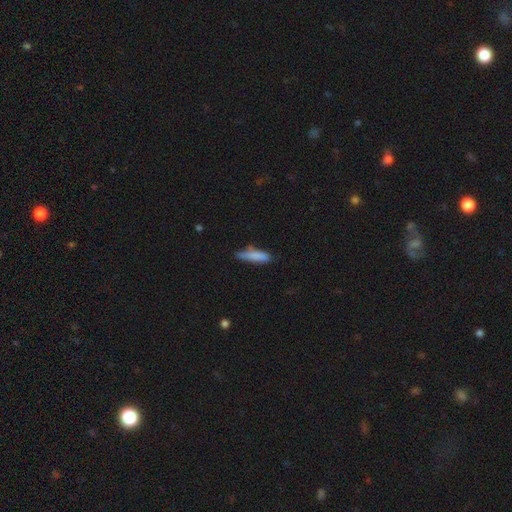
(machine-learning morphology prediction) A smooth galaxy with no disk features (82%) that is cigar-shaped (72%).

Vote fractions:
- Smooth or featured? smooth: 82% / featured or disk: 11% / star or artifact: 7%
- How rounded? cigar-shaped: 72% / in between: 27% / round: 2%
- Merging? none: 64% / minor disturbance: 28% / major disturbance: 5% / merger: 3%